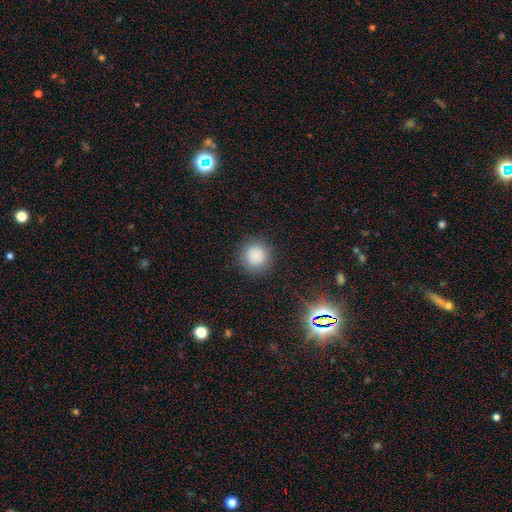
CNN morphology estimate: Overall: smooth (85%). How rounded: round (93%). Merging: none (89%).